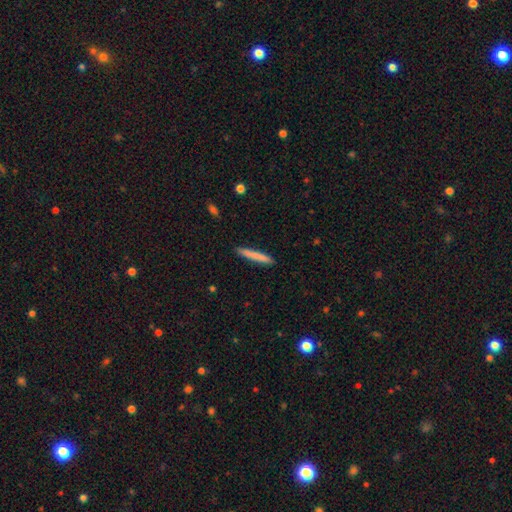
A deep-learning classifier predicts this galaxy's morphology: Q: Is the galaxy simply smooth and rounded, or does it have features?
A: smooth — 78%.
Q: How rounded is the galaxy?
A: cigar-shaped — 96%.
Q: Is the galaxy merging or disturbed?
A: none — 90%.